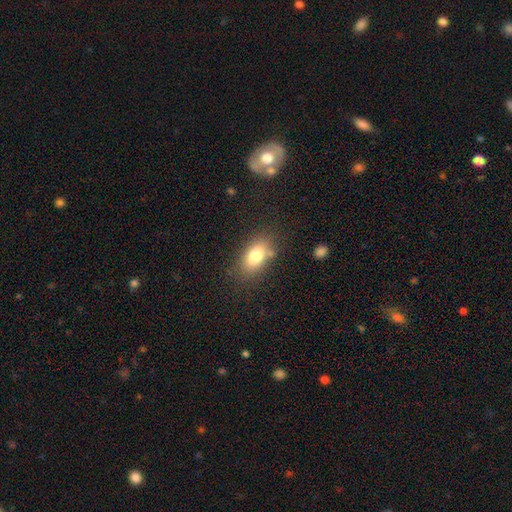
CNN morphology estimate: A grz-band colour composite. It shows a smooth galaxy with no disk features (79%) that is in between round and cigar-shaped (88%). Merging: none (75%).